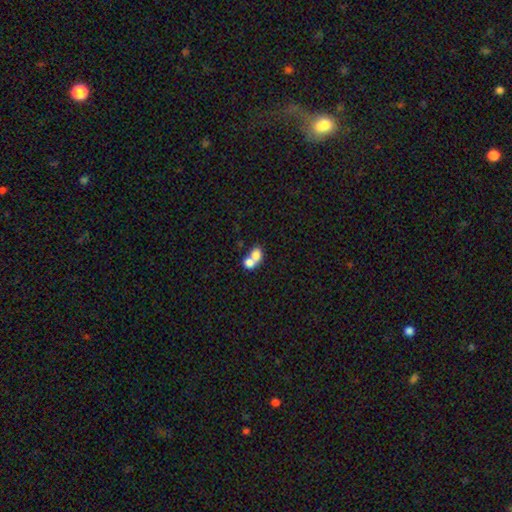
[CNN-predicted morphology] Smooth or featured: smooth — 75% (featured or disk — 17%)
How rounded: in between — 50% (round — 49%)
Merging: merger — 71% (none — 20%)